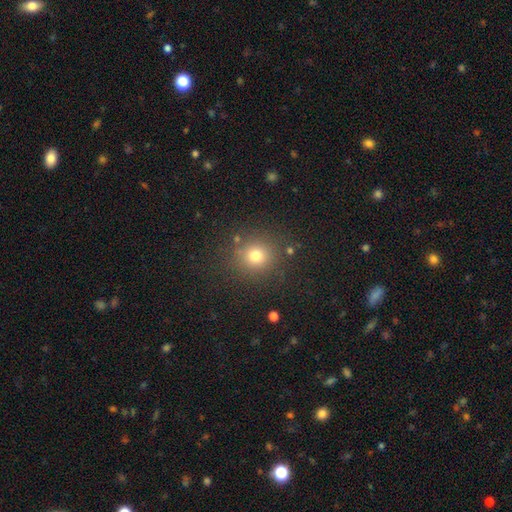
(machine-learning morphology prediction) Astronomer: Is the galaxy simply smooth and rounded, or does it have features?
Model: smooth — 74%.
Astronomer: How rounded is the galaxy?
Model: round — 90%.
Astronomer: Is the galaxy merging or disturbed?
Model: none — 85%.